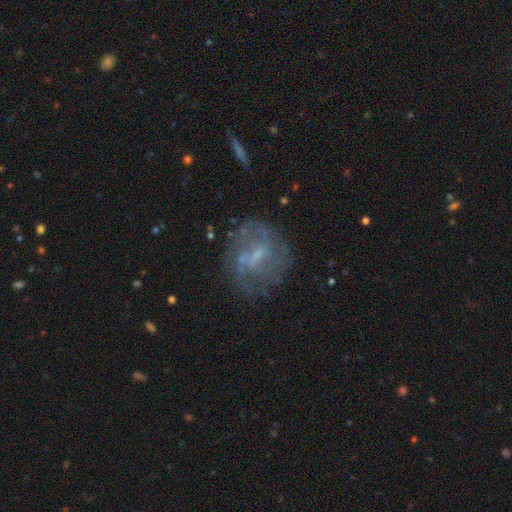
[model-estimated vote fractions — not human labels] This appears to be a featured or disk galaxy (63%) with a weak bar (51%), spiral arms (59%) and a small central bulge (57%). Merging: none (68%).